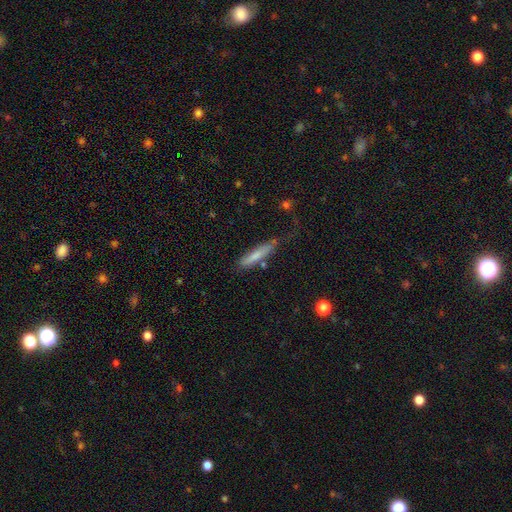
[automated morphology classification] Smooth or featured: smooth — 71% (featured or disk — 23%)
How rounded: cigar-shaped — 85% (in between — 14%)
Merging: none — 60% (minor disturbance — 27%)